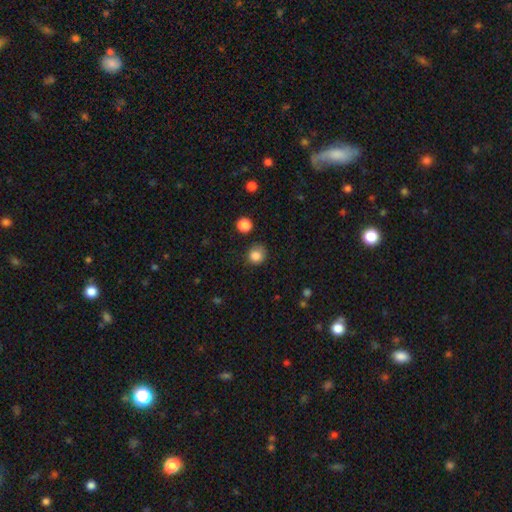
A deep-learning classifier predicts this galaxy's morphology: Smooth or featured: smooth — 84% (star or artifact — 11%)
How rounded: round — 86% (in between — 13%)
Merging: none — 77% (minor disturbance — 17%)